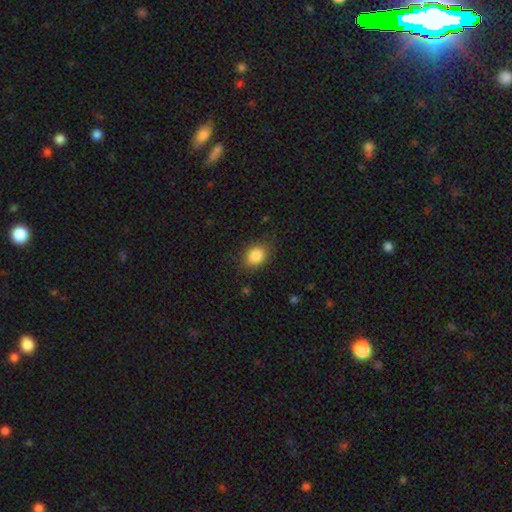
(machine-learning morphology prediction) smooth_or_featured: smooth (p=0.85) [alt: star or artifact p=0.09]
how_rounded: in between (p=0.59) [alt: round p=0.40]
merging: none (p=0.80) [alt: minor disturbance p=0.15]